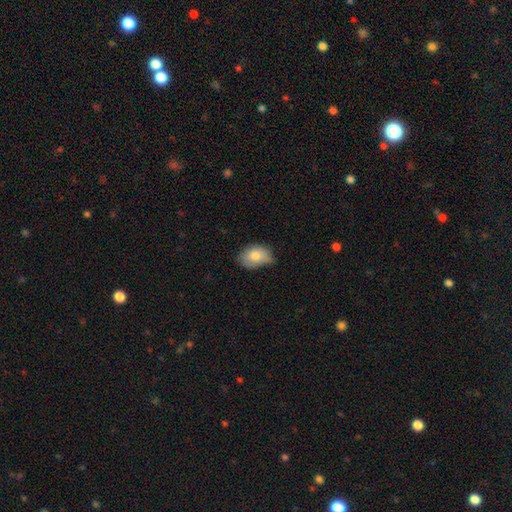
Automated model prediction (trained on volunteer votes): Smooth or featured: smooth — 79% (featured or disk — 13%)
How rounded: in between — 83% (round — 16%)
Merging: minor disturbance — 44% (none — 43%)